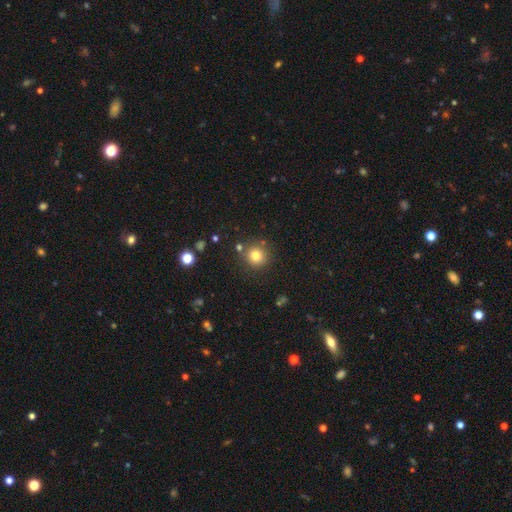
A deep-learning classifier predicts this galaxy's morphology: This is likely a smooth galaxy (79%). How rounded: clearly round (93%). Merging: clearly none (83%).